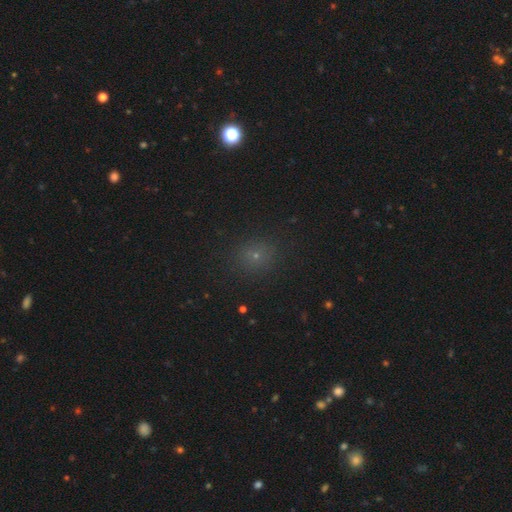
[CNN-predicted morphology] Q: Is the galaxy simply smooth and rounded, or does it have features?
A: smooth — 64%.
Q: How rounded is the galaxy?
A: round — 80%.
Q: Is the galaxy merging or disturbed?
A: none — 87%.